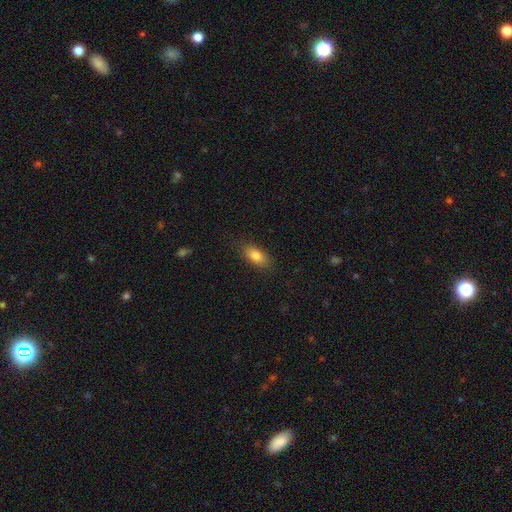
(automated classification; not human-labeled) Smooth or featured? Predicted: smooth (p=0.83). How rounded? Predicted: in between (p=0.87). Merging? Predicted: none (p=0.84).